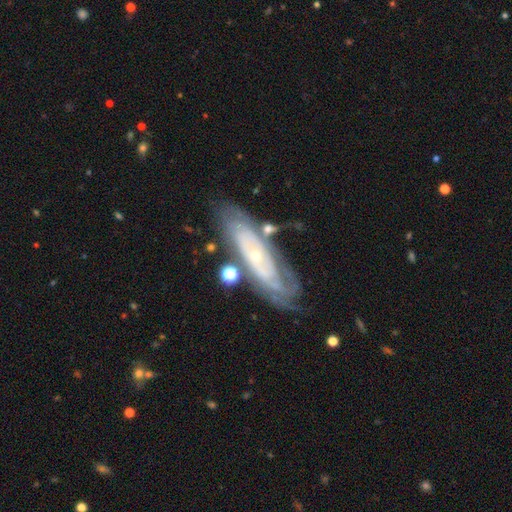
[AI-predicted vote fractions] Smooth or featured: featured or disk — 81% (smooth — 12%)
Edge-on disk: no — 85% (yes — 15%)
Bar: no — 75% (weak — 17%)
Spiral arms: yes — 87% (no — 13%)
Spiral winding: tight — 75% (medium — 19%)
Spiral arm count: can't tell — 57% (2 — 19%)
Bulge size: small — 81% (moderate — 15%)
Merging: none — 70% (minor disturbance — 18%)